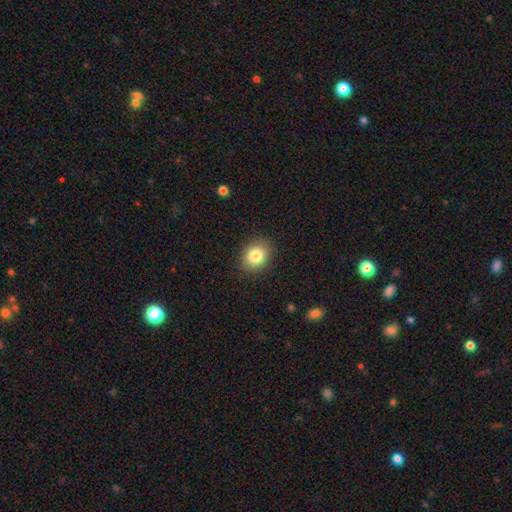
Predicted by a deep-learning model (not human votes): Smooth or featured: smooth — 83% (star or artifact — 9%)
How rounded: round — 52% (in between — 47%)
Merging: none — 88% (minor disturbance — 8%)